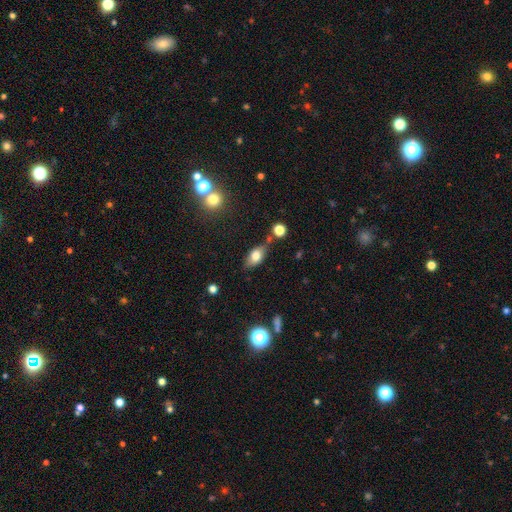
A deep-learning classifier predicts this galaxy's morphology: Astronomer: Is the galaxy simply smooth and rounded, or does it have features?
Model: smooth — 74%.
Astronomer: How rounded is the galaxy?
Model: in between — 86%.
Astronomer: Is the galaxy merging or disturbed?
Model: none — 69%.